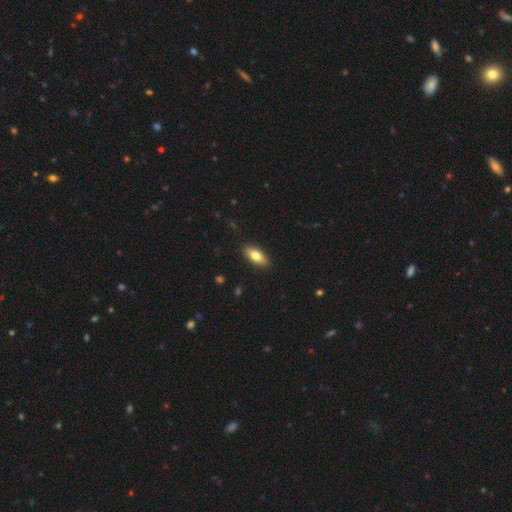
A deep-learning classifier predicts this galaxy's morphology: Smooth or featured? Predicted: smooth (p=0.74). How rounded? Predicted: in between (p=0.79). Merging? Predicted: none (p=0.90).